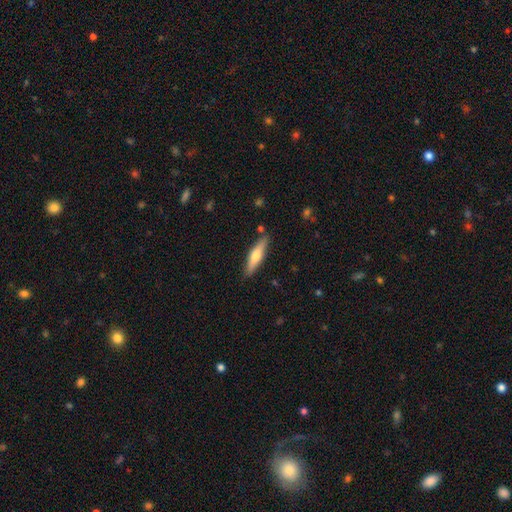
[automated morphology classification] A smooth galaxy with no disk features (55%) that is cigar-shaped (73%). Merging: none (84%).